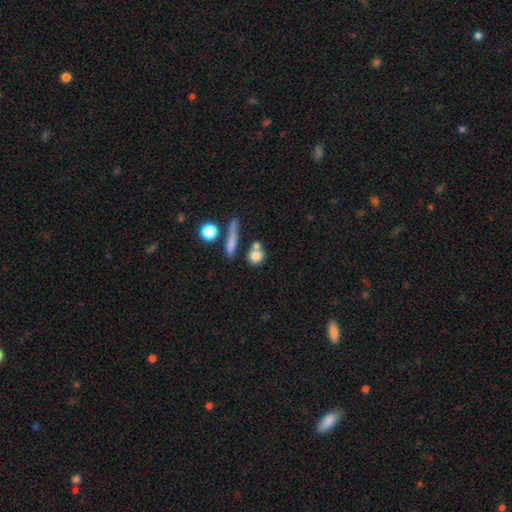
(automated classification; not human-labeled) Smooth or featured?
  - smooth: 79% *
  - featured or disk: 11%
  - star or artifact: 10%
How rounded?
  - round: 76% *
  - in between: 14%
  - cigar-shaped: 10%
Merging?
  - none: 63% *
  - merger: 21%
  - minor disturbance: 11%
  - major disturbance: 5%